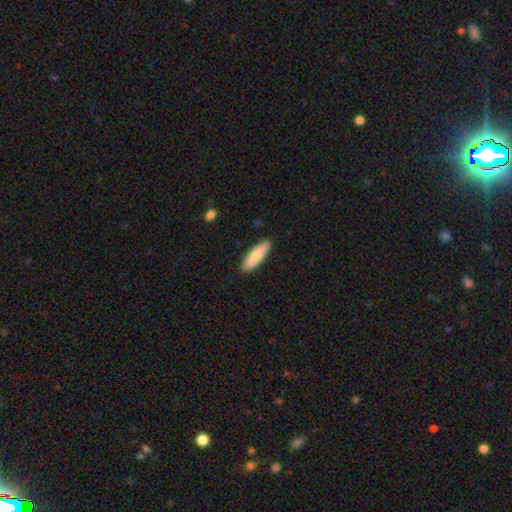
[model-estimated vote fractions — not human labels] The model was most divided on "how rounded" (2-way tie): cigar-shaped: 49%, in between: 49%, round: 2%. More confident: merging — none (87%); smooth or featured — smooth (81%).